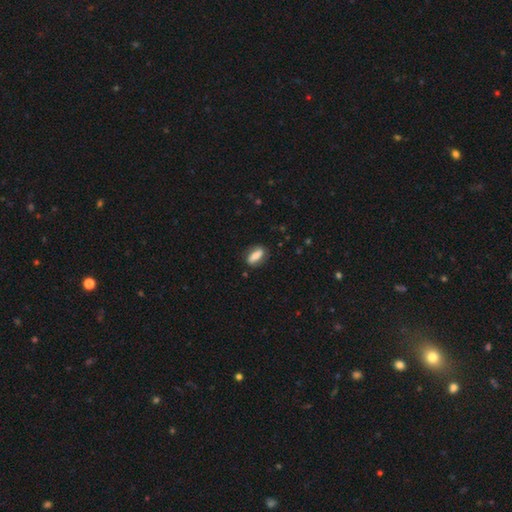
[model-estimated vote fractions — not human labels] smooth 59%, featured or disk 34%, star or artifact 7%. Down the decision tree: how rounded — in between (75%); merging — none (81%).